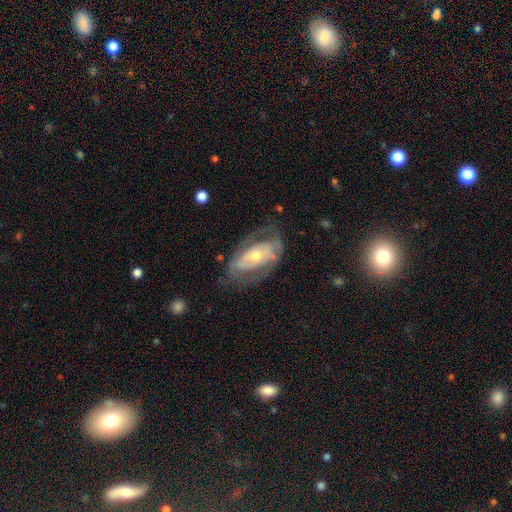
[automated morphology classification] Smooth or featured? Predicted: featured or disk (p=0.71). Edge-on disk? Predicted: no (p=0.91). Bar? Predicted: no (p=0.62). Spiral arms? Predicted: yes (p=0.57). Bulge size? Predicted: moderate (p=0.55). Merging? Predicted: none (p=0.60).